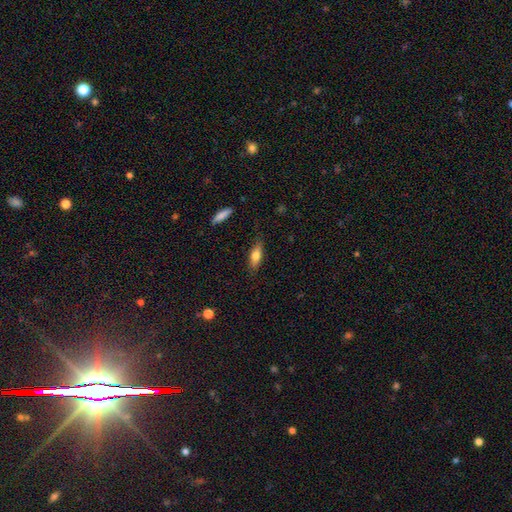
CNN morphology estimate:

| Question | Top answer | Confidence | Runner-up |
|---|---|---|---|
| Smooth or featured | smooth | 72% | featured or disk (21%) |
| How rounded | in between | 57% | cigar-shaped (40%) |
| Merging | none | 79% | minor disturbance (16%) |